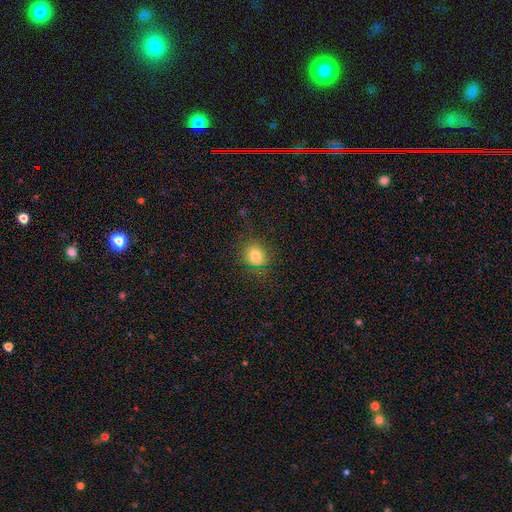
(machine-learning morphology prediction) Smooth or featured? Predicted: smooth (p=0.78). How rounded? Predicted: round (p=0.79). Merging? Predicted: none (p=0.85).